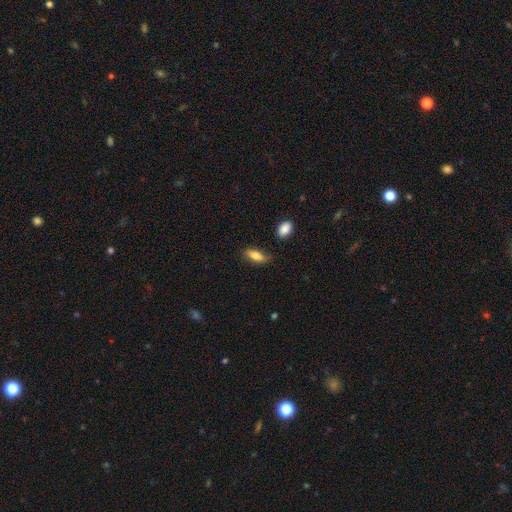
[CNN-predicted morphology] Smooth or featured? Predicted: smooth (p=0.80). How rounded? Predicted: in between (p=0.77). Merging? Predicted: none (p=0.77).